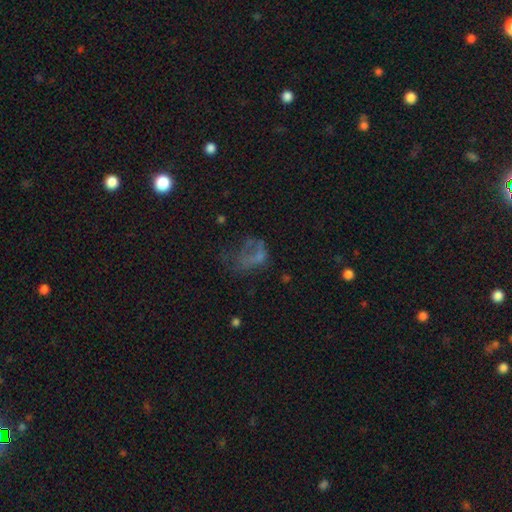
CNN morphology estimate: type=smooth (42%); merging=major disturbance (51%).